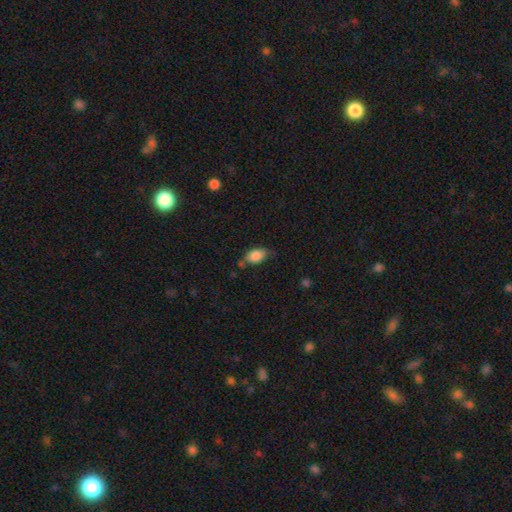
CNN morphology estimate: smooth_or_featured: smooth (p=0.83) [alt: featured or disk p=0.09]
how_rounded: in between (p=0.87) [alt: round p=0.11]
merging: none (p=0.57) [alt: minor disturbance p=0.29]